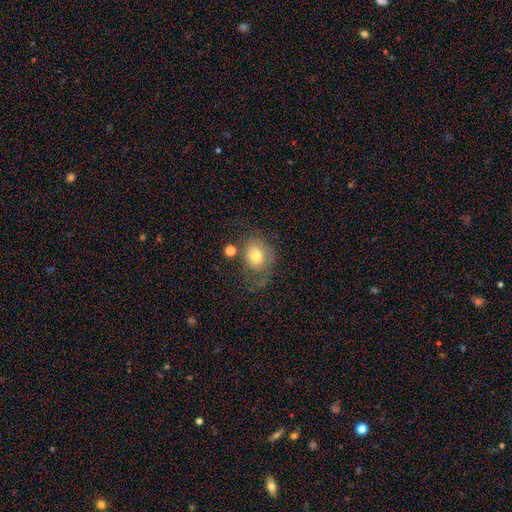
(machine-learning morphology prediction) A smooth galaxy with no disk features (66%) that is round (51%).

Vote fractions:
- Smooth or featured? smooth: 66% / featured or disk: 24% / star or artifact: 10%
- How rounded? round: 51% / in between: 48% / cigar-shaped: 1%
- Merging? none: 44% / minor disturbance: 24% / major disturbance: 24% / merger: 8%